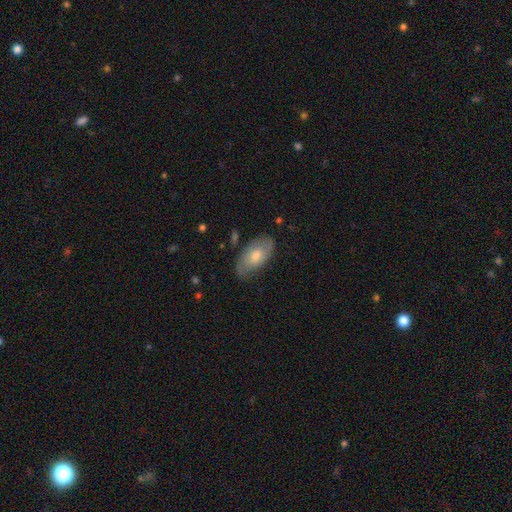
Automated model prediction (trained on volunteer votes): smooth_or_featured: featured or disk (p=0.49) [alt: smooth p=0.44]
merging: none (p=0.76) [alt: minor disturbance p=0.18]